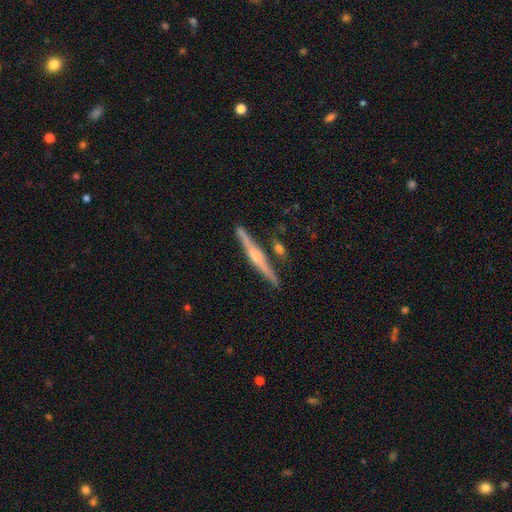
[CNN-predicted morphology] The model was most divided on "smooth or featured": featured or disk: 74%, smooth: 20%, star or artifact: 6%. More confident: edge-on disk — yes (98%); merging — none (83%); edge-on bulge — rounded (77%).